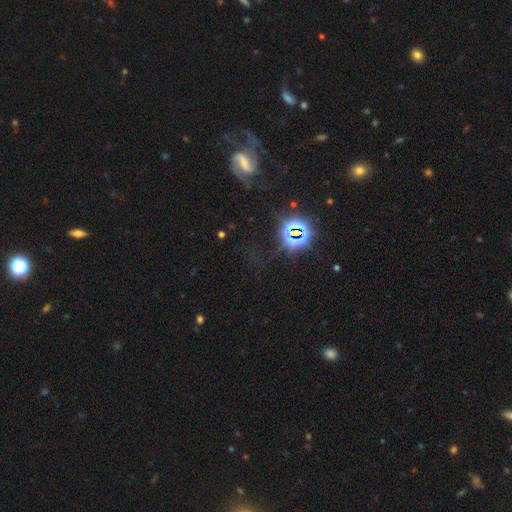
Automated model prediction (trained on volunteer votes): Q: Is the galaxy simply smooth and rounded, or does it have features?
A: star or artifact — 63%.